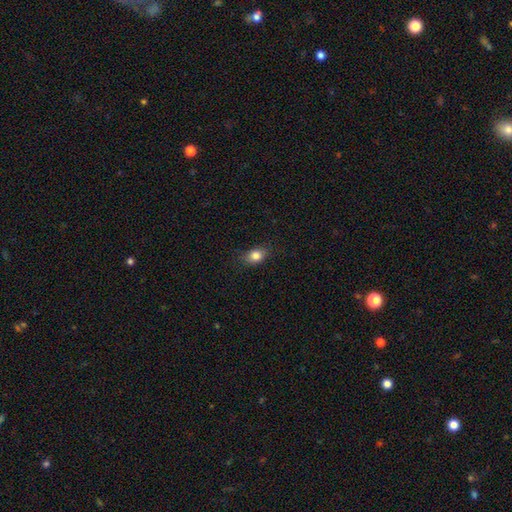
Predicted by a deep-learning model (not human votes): Q: Smooth or featured?
A: smooth (83%); runner-up: star or artifact (10%)
Q: How rounded?
A: in between (68%); runner-up: round (30%)
Q: Merging?
A: none (80%); runner-up: minor disturbance (15%)